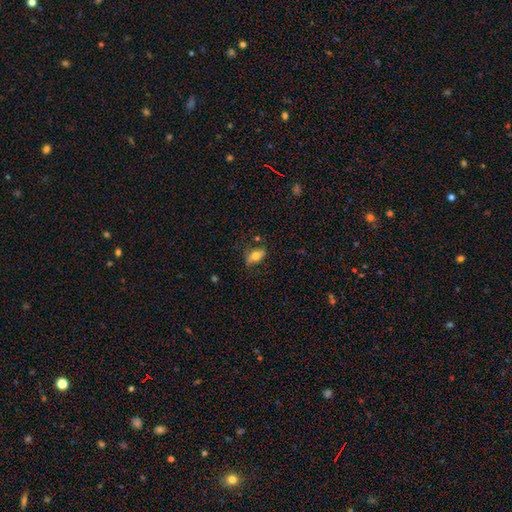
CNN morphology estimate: A smooth galaxy with no disk features (62%) that is in between round and cigar-shaped (81%). Merging: none (70%).